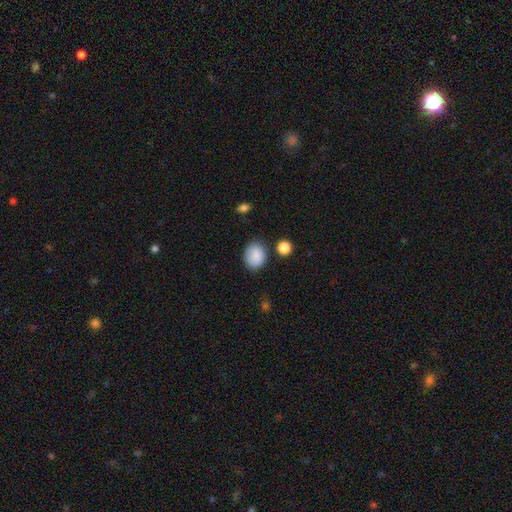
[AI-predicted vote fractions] Smooth or featured?
  - smooth: 87% *
  - star or artifact: 8%
  - featured or disk: 5%
How rounded?
  - in between: 53% *
  - round: 46%
  - cigar-shaped: 1%
Merging?
  - none: 79% *
  - minor disturbance: 14%
  - major disturbance: 4%
  - merger: 3%